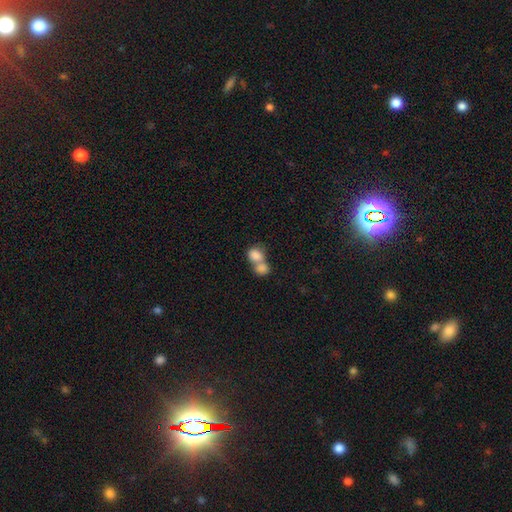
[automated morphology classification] A smooth galaxy with no disk features (82%) that is round (50%).

Vote fractions:
- Smooth or featured? smooth: 82% / featured or disk: 11% / star or artifact: 8%
- How rounded? round: 50% / in between: 49% / cigar-shaped: 1%
- Merging? merger: 72% / none: 19% / minor disturbance: 5% / major disturbance: 3%